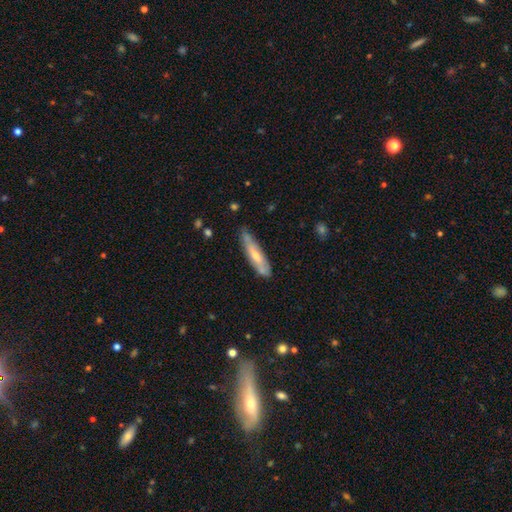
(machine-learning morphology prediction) type=featured or disk (48%); merging=none (74%).